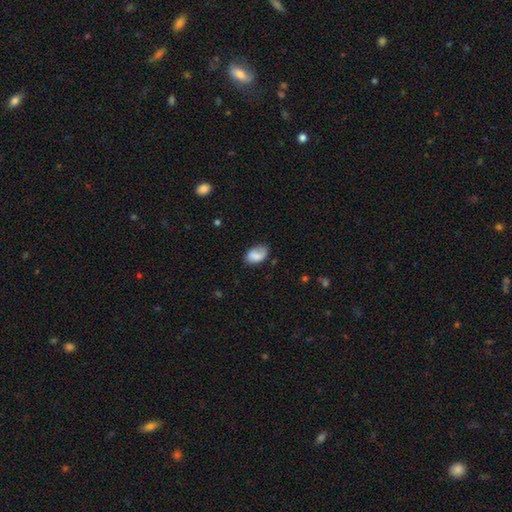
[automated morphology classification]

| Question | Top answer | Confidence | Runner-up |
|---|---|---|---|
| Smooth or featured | smooth | 77% | featured or disk (16%) |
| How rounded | in between | 87% | round (11%) |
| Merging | none | 60% | minor disturbance (29%) |